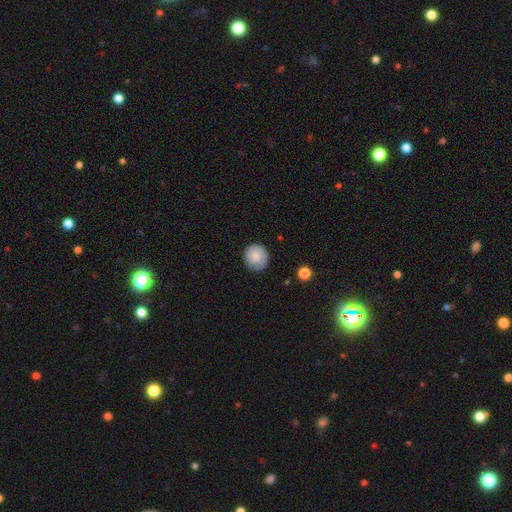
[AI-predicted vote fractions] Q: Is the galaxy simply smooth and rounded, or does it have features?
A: smooth — 85%.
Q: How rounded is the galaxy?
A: round — 90%.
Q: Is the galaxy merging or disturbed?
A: none — 86%.